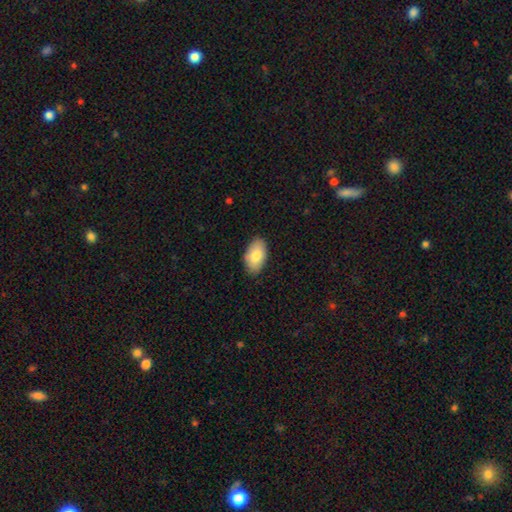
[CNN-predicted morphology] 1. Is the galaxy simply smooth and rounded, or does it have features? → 82% smooth, 12% featured or disk, 6% star or artifact.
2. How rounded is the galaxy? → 95% in between, 4% round, 2% cigar-shaped.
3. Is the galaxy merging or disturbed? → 85% none, 12% minor disturbance, 2% major disturbance, 1% merger.